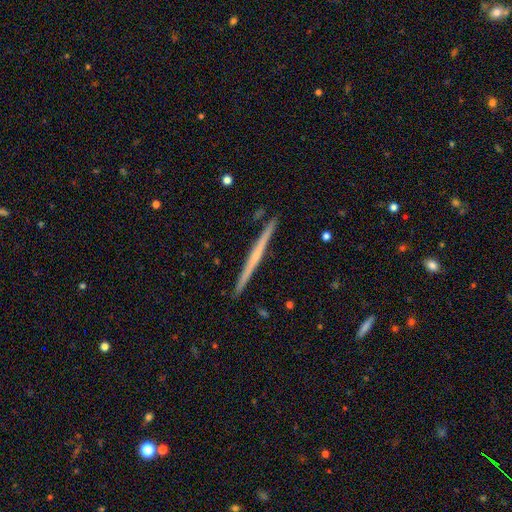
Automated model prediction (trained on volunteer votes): Smooth or featured? Predicted: featured or disk (p=0.65). Edge-on disk? Predicted: yes (p=0.98). Edge-on bulge? Predicted: none (p=0.72). Merging? Predicted: none (p=0.92).